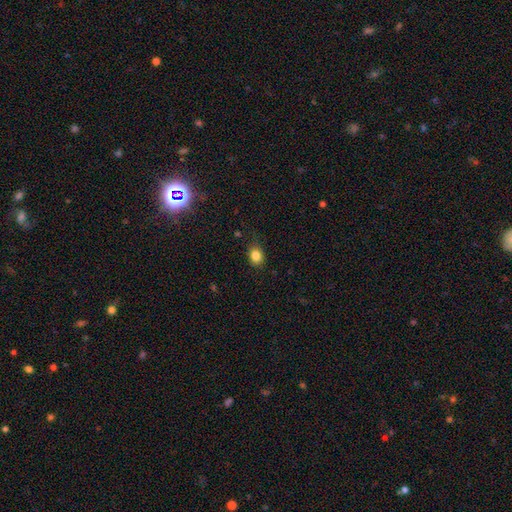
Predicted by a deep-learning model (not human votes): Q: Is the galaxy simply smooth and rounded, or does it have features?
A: smooth — 84%.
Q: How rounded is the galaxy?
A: in between — 50%.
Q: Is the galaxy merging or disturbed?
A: none — 79%.